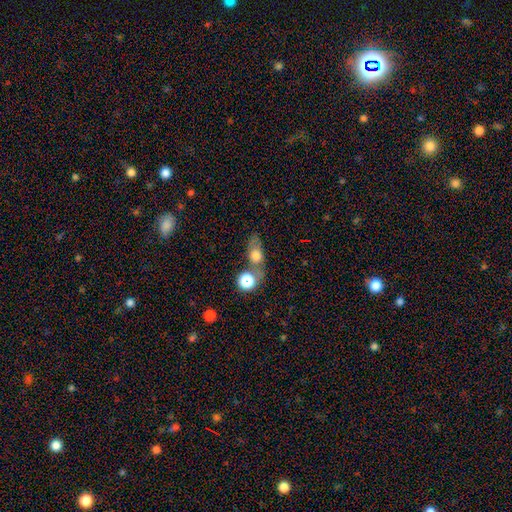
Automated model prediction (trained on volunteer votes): This appears to be a smooth galaxy with no disk features (66%) that is in between round and cigar-shaped (56%). Merging: none (47%).